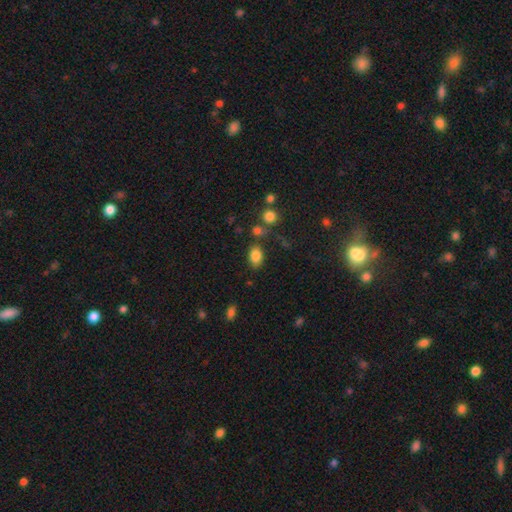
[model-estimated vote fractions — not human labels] Morphology: type=smooth (84%); roundness=in between (82%); merging=none (76%).